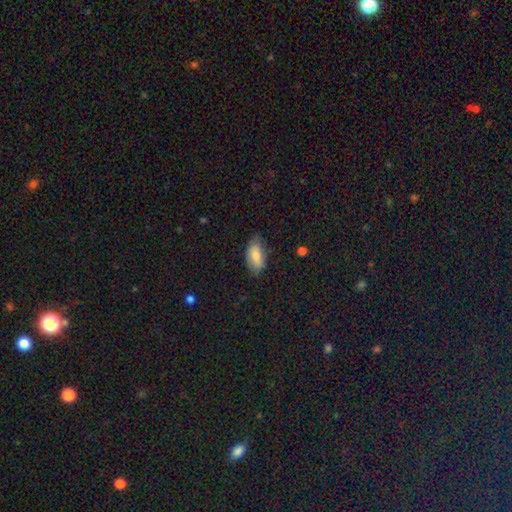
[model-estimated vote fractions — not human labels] Overall: smooth (81%). How rounded: in between (92%). Merging: none (71%).